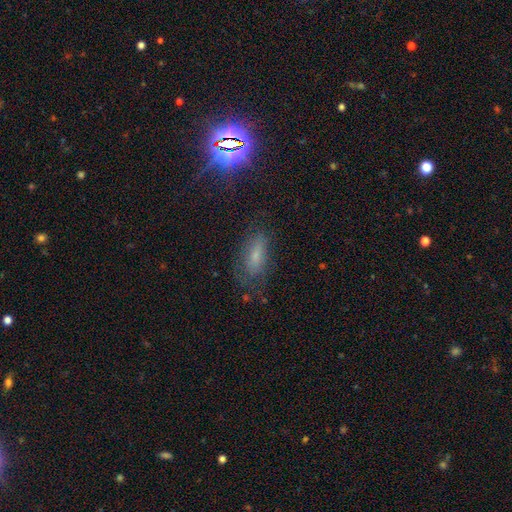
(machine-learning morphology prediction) smooth_or_featured: smooth (p=0.52) [alt: featured or disk p=0.26]
how_rounded: in between (p=0.70) [alt: cigar-shaped p=0.25]
merging: none (p=0.65) [alt: minor disturbance p=0.22]